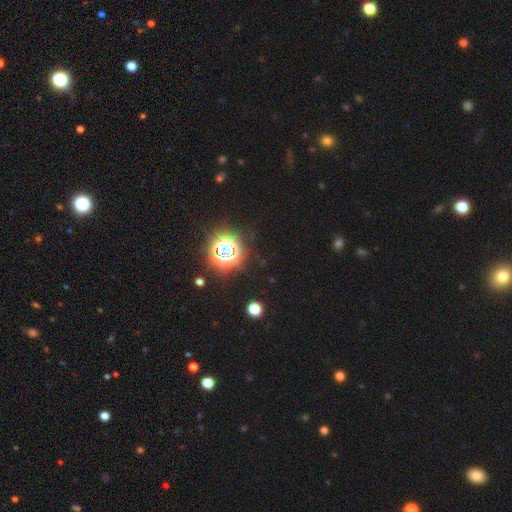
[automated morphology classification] Smooth or featured? Predicted: star or artifact (p=0.80).